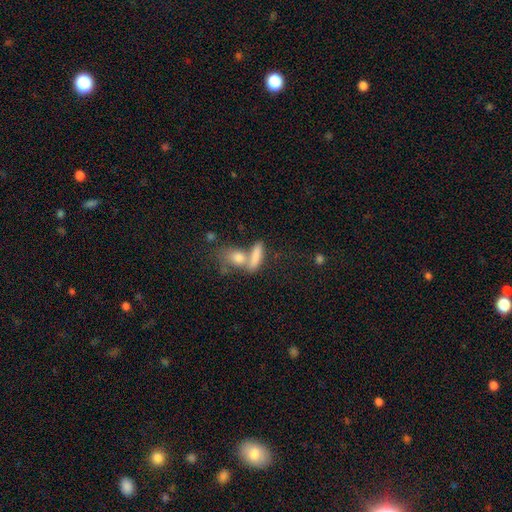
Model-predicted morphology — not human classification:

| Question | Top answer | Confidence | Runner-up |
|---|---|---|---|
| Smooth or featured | smooth | 79% | featured or disk (13%) |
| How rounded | in between | 50% | cigar-shaped (41%) |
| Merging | merger | 51% | none (34%) |